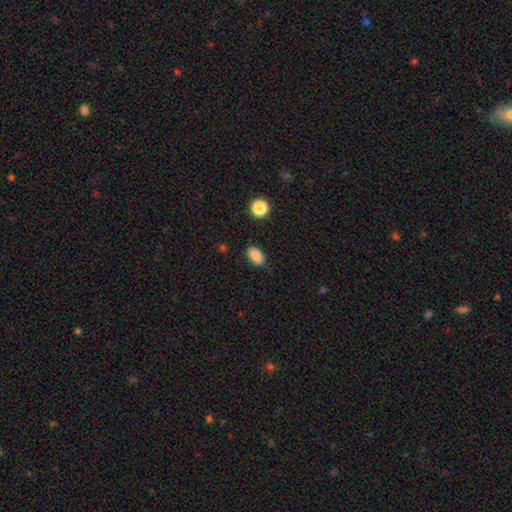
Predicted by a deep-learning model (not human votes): Smooth or featured?
  - smooth: 87% *
  - star or artifact: 10%
  - featured or disk: 4%
How rounded?
  - in between: 89% *
  - round: 9%
  - cigar-shaped: 2%
Merging?
  - none: 85% *
  - minor disturbance: 11%
  - major disturbance: 3%
  - merger: 1%